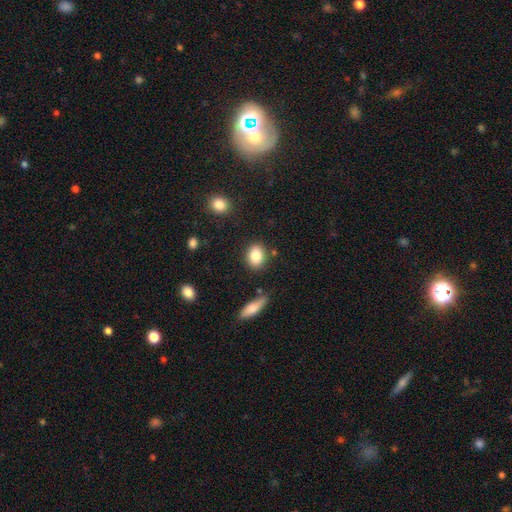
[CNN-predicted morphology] Q: Smooth or featured?
A: smooth (84%); runner-up: star or artifact (8%)
Q: How rounded?
A: in between (61%); runner-up: round (37%)
Q: Merging?
A: none (83%); runner-up: minor disturbance (10%)